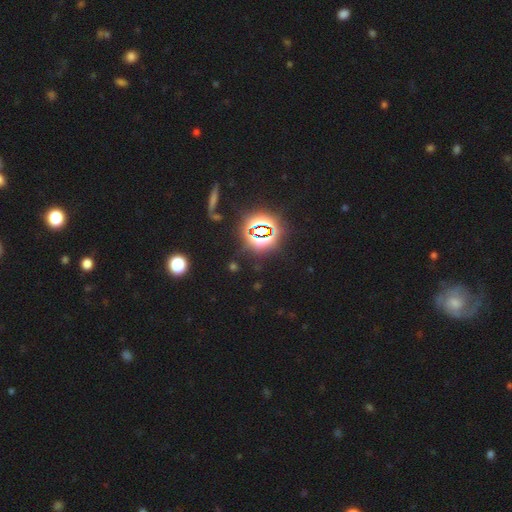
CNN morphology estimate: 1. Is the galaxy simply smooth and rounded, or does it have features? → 81% star or artifact, 12% smooth, 7% featured or disk.